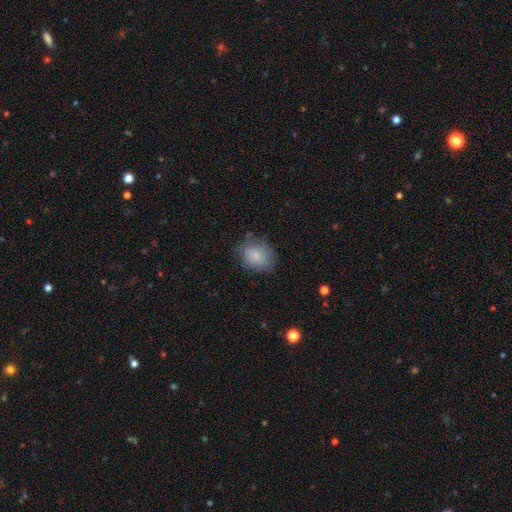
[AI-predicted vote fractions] This appears to be a smooth galaxy with no disk features (83%) that is round (53%). Merging: none (72%).